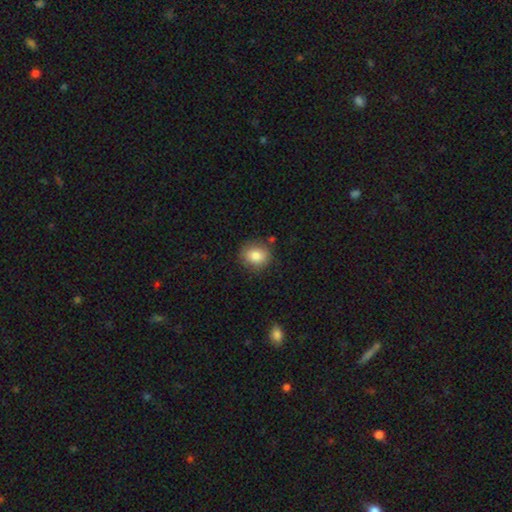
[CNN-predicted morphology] type=smooth (82%); roundness=round (72%); merging=none (84%).